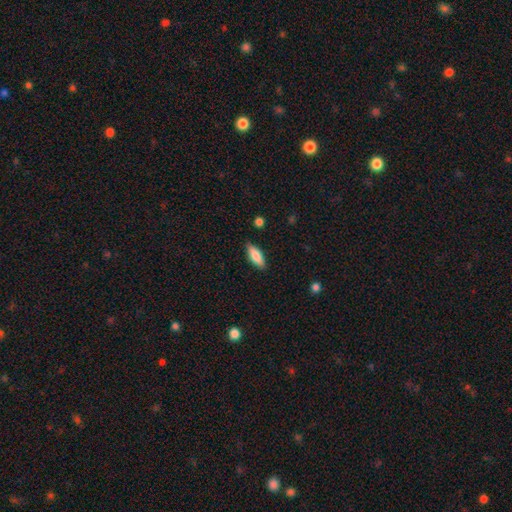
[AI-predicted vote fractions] This appears to be a smooth galaxy with no disk features (77%) that is in between round and cigar-shaped (65%). Merging: none (86%).